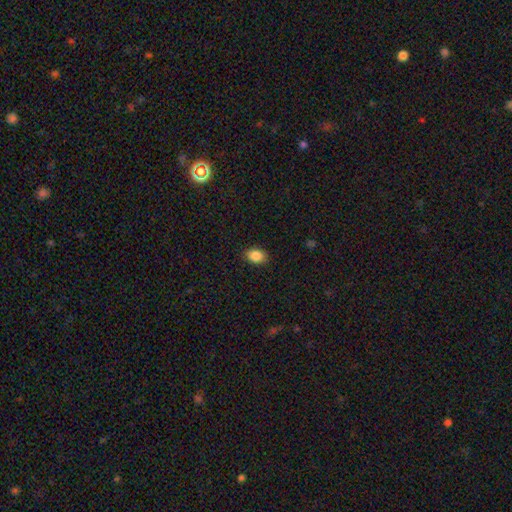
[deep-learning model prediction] Smooth or featured? smooth (87%)
How rounded? in between (73%)
Merging? none (88%)